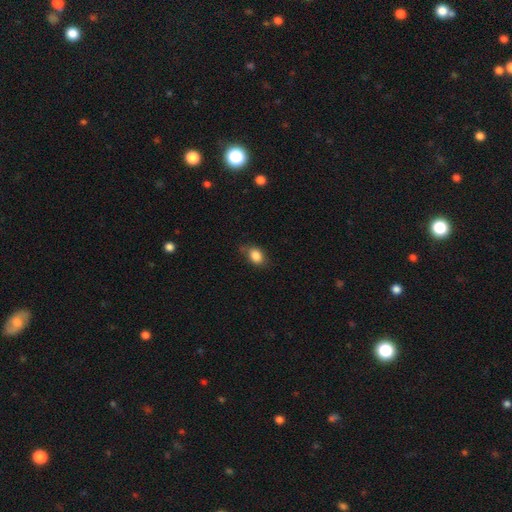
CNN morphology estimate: Smooth or featured: smooth — 85% (star or artifact — 9%)
How rounded: in between — 68% (round — 31%)
Merging: none — 65% (minor disturbance — 26%)